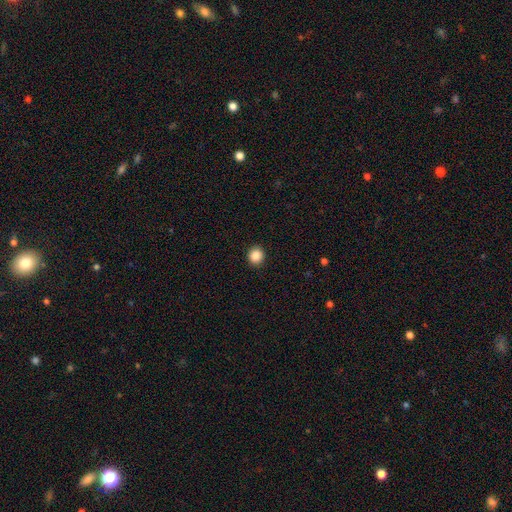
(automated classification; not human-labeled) Morphology: type=smooth (87%); roundness=round (87%); merging=none (92%).